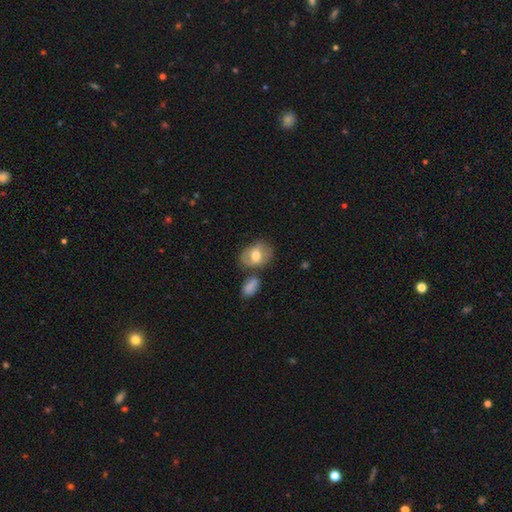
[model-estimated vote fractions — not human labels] This appears to be a smooth galaxy with no disk features (62%) that is in between round and cigar-shaped (72%). Merging: none (56%).